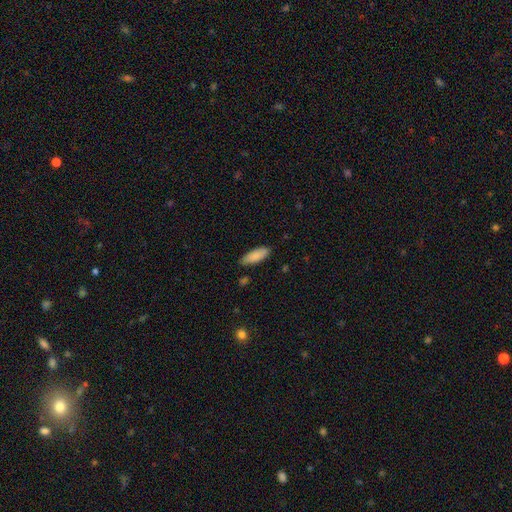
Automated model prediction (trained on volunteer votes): A smooth galaxy with no disk features (87%) that is in between round and cigar-shaped (67%).

Vote fractions:
- Smooth or featured? smooth: 87% / featured or disk: 7% / star or artifact: 6%
- How rounded? in between: 67% / cigar-shaped: 31% / round: 2%
- Merging? none: 84% / minor disturbance: 12% / major disturbance: 2% / merger: 2%